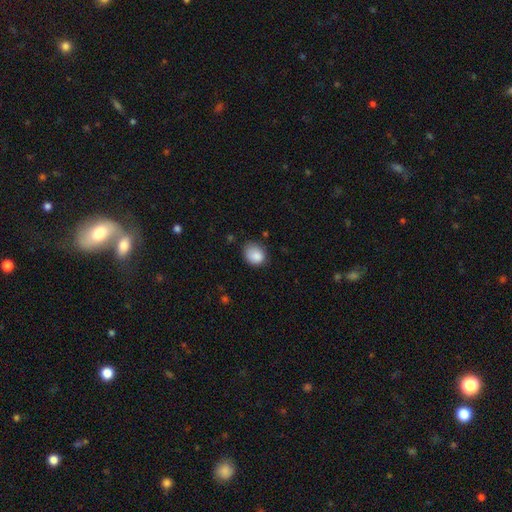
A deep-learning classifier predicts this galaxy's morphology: Smooth or featured? Predicted: smooth (p=0.87). How rounded? Predicted: round (p=0.55). Merging? Predicted: none (p=0.61).